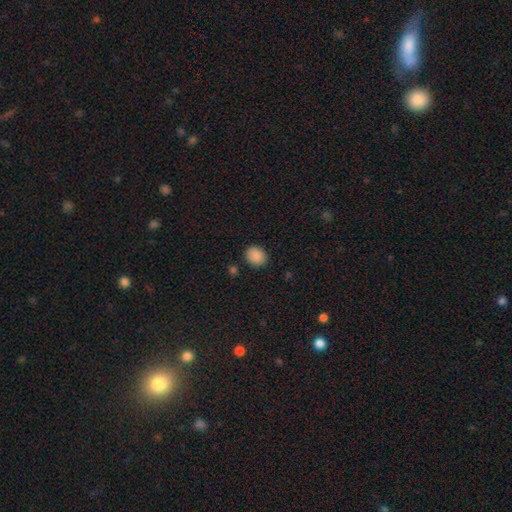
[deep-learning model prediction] The model was most divided on "how rounded": round: 59%, in between: 40%, cigar-shaped: 1%. More confident: smooth or featured — smooth (88%); merging — none (86%).